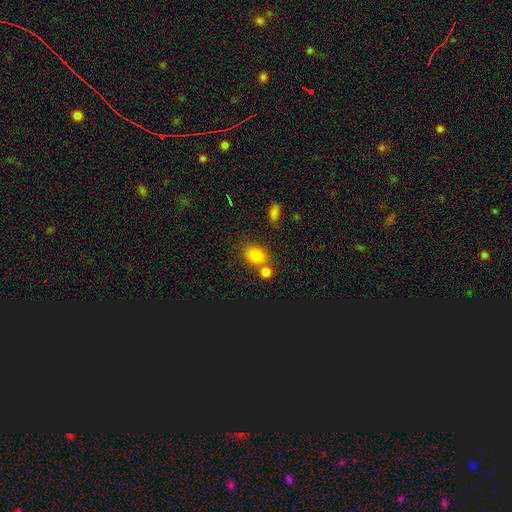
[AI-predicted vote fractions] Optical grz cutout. It shows a smooth galaxy with no disk features (80%) that is in between round and cigar-shaped (56%). Merging: none (57%).